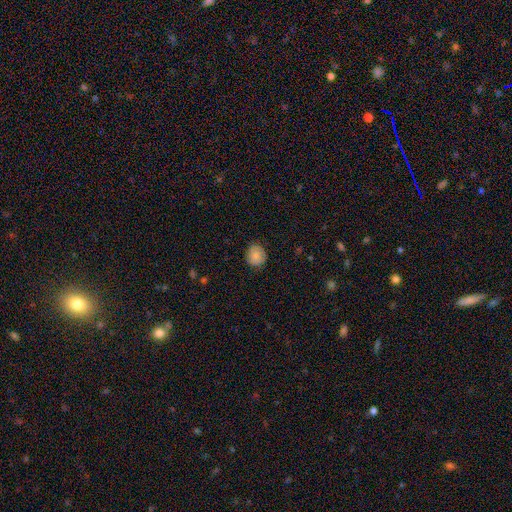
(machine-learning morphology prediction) Smooth or featured: smooth — 81% (featured or disk — 11%)
How rounded: round — 77% (in between — 22%)
Merging: none — 81% (minor disturbance — 15%)